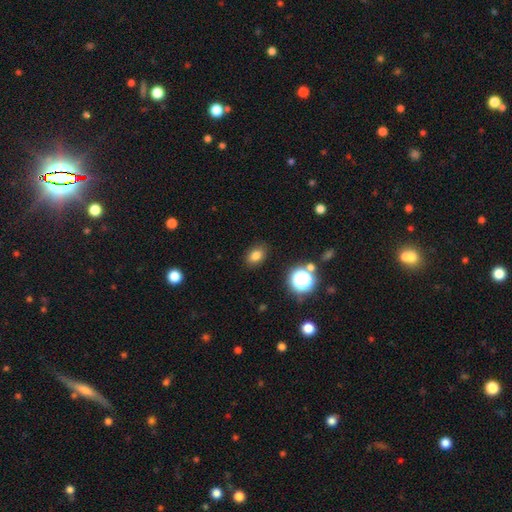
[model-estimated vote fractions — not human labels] Morphology: type=smooth (78%); roundness=in between (71%); merging=none (86%).